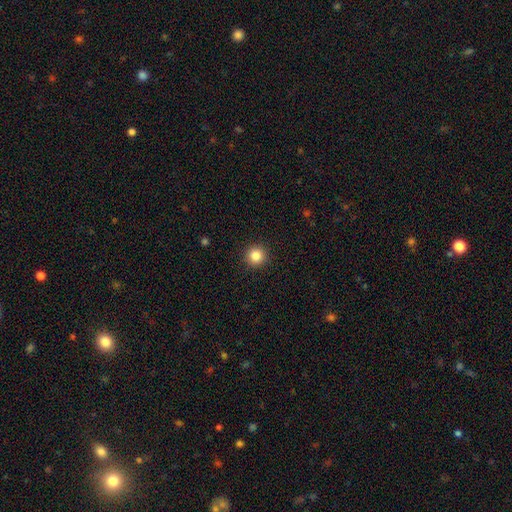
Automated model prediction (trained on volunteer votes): Smooth or featured? smooth (85%)
How rounded? round (95%)
Merging? none (92%)